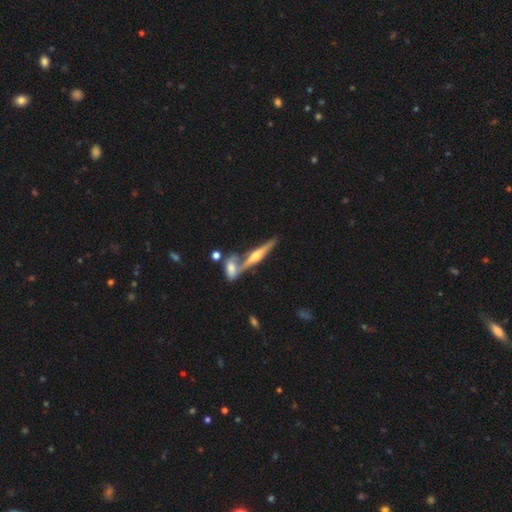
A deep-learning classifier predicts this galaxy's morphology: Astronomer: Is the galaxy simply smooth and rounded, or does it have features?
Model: featured or disk — 74%.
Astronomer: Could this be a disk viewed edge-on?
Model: yes — 96%.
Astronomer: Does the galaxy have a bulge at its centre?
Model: rounded — 91%.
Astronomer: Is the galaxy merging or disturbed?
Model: none — 61%.